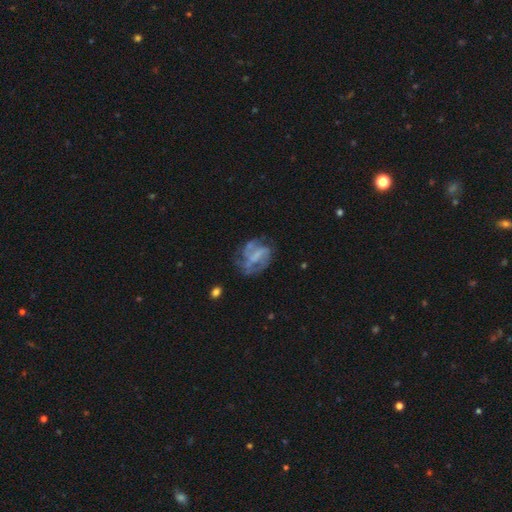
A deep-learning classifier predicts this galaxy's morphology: A featured or disk galaxy (71%) with a weak bar (40%), 2 (38%) medium (42%) spiral arms (72%) and no central bulge (56%). Merging: none (50%).